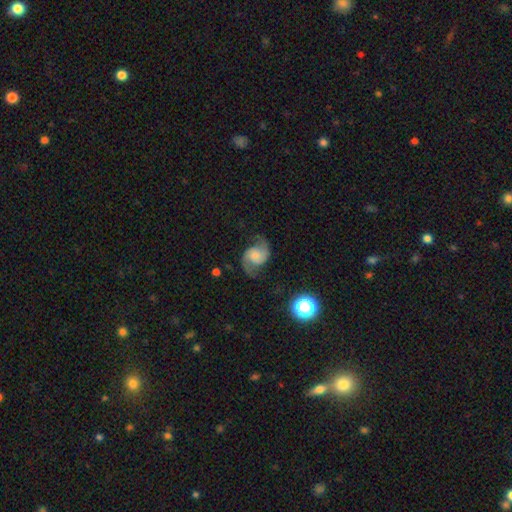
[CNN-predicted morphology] A featured or disk galaxy (81%) with no bar (64%), 2 (93%) loose (49%) spiral arms (96%) and a moderate central bulge (27%, tied with small).

Vote fractions:
- Smooth or featured? featured or disk: 81% / smooth: 12% / star or artifact: 8%
- Edge-on disk? no: 98% / yes: 2%
- Bar? no: 64% / weak: 30% / strong: 6%
- Spiral arms? yes: 96% / no: 4%
- Spiral winding? loose: 49% / medium: 41% / tight: 10%
- Spiral arm count? 2: 93% / can't tell: 2% / 1: 2% / 3: 1% / 4: 1% / more than 4: 1%
- Bulge size? moderate: 27% (tied) / small: 27% (tied) / none: 25% / large: 16% / dominant: 5%
- Merging? none: 73% / minor disturbance: 17% / major disturbance: 9% / merger: 2%